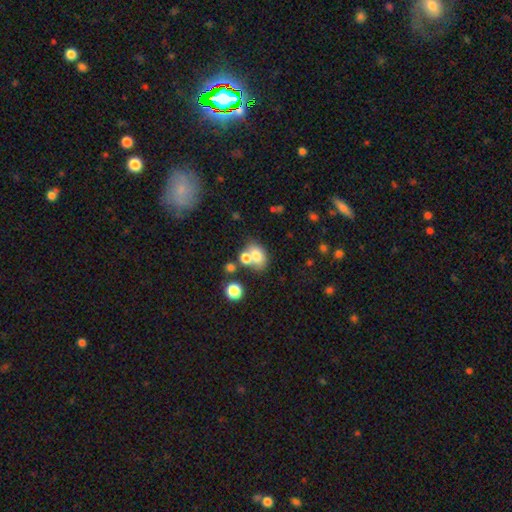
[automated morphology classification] Smooth or featured? smooth (73%)
How rounded? in between (70%)
Merging? none (46%)